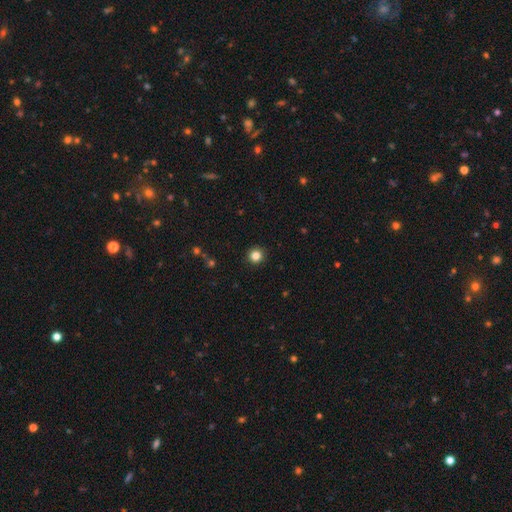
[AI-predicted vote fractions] smooth_or_featured: smooth (p=0.83) [alt: star or artifact p=0.12]
how_rounded: round (p=0.95) [alt: in between p=0.04]
merging: none (p=0.93) [alt: minor disturbance p=0.04]